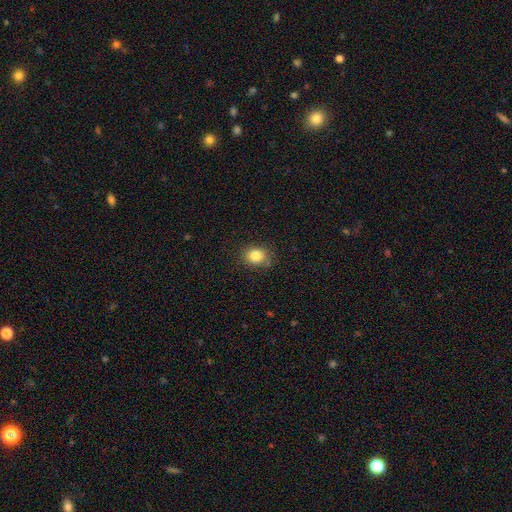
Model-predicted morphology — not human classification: Q: Smooth or featured?
A: smooth (84%); runner-up: star or artifact (10%)
Q: How rounded?
A: round (67%); runner-up: in between (33%)
Q: Merging?
A: none (80%); runner-up: minor disturbance (15%)